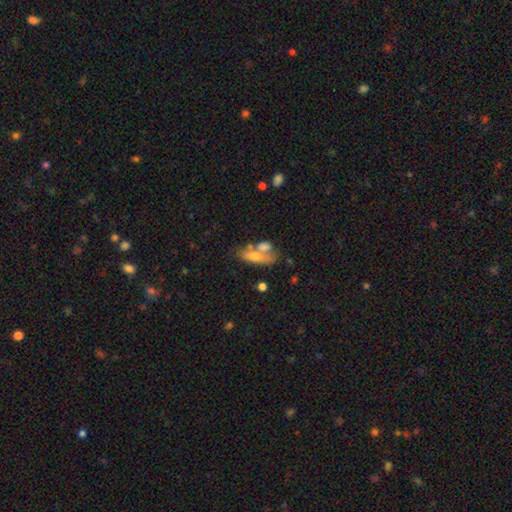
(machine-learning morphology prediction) This is likely a smooth galaxy (61%). How rounded: likely in between (64%). Merging: marginally none (42%).